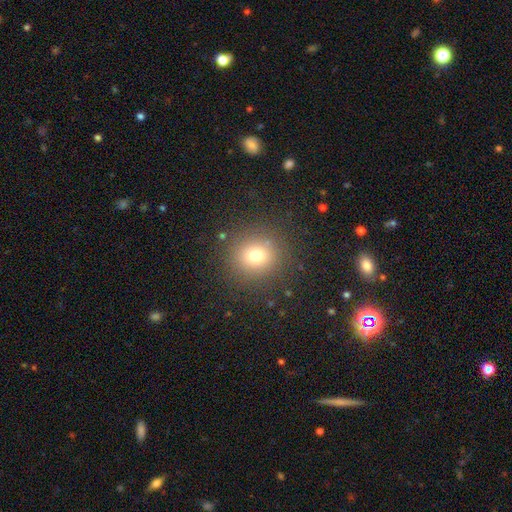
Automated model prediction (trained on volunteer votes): This is likely a smooth galaxy (73%). How rounded: clearly round (91%). Merging: clearly none (87%).